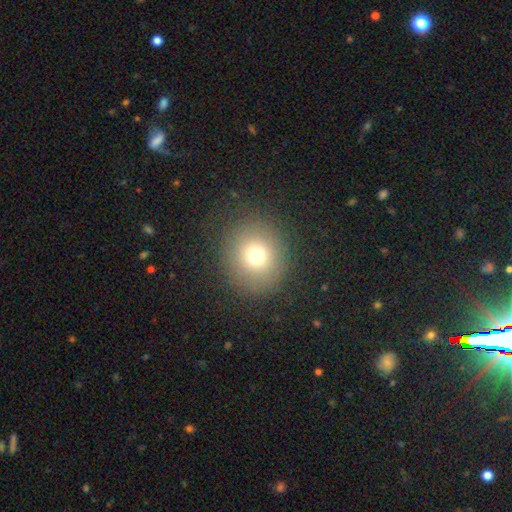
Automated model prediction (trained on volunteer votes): This is likely a smooth galaxy (71%). How rounded: clearly round (91%). Merging: clearly none (85%).